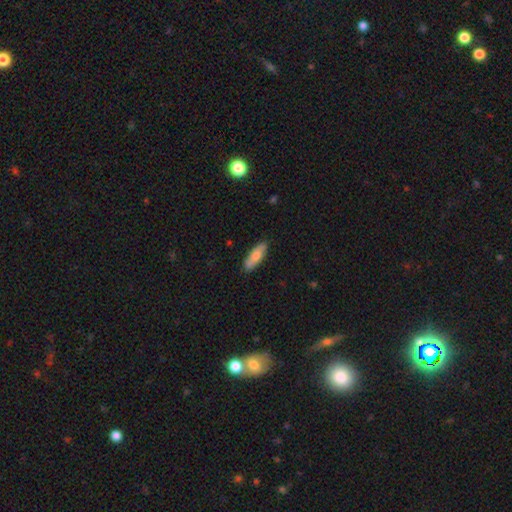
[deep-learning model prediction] A smooth galaxy with no disk features (72%) that is in between round and cigar-shaped (53%). Merging: none (83%).